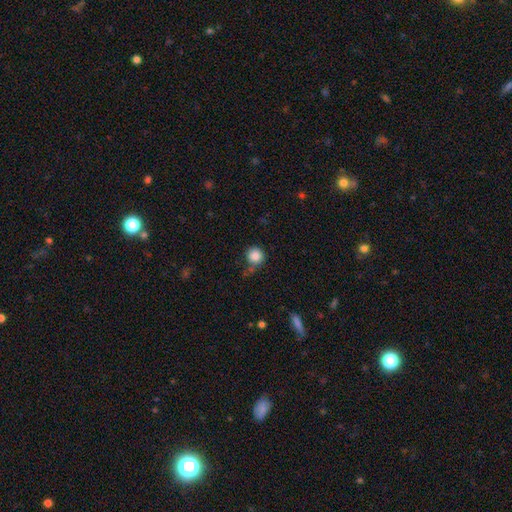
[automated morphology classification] This appears to be a smooth galaxy with no disk features (86%) that is round (93%). Merging: none (68%).